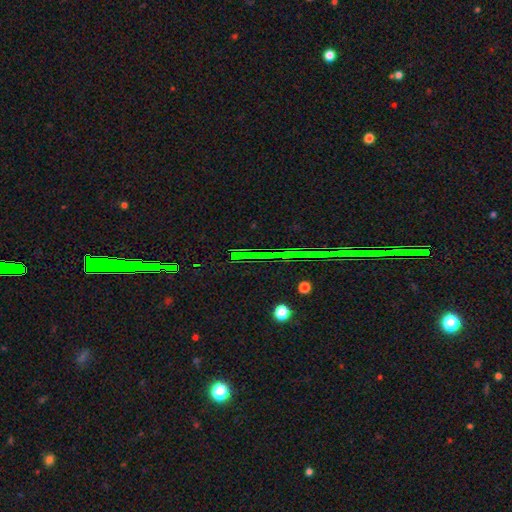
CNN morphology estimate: Smooth or featured? Predicted: star or artifact (p=0.79).